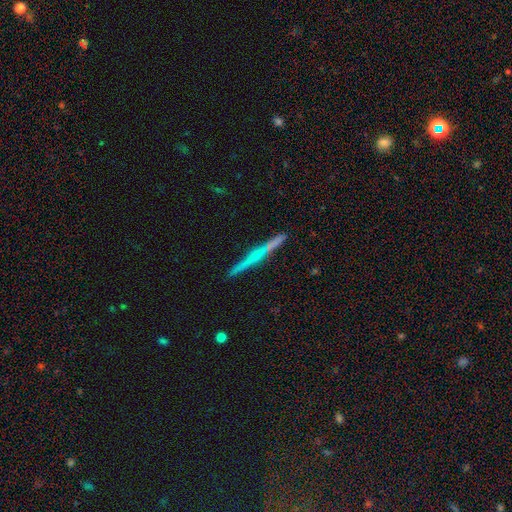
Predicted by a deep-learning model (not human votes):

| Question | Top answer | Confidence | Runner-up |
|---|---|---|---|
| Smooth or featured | featured or disk | 57% | smooth (37%) |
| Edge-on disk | yes | 97% | no (3%) |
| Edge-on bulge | none | 63% | rounded (28%) |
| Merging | none | 83% | minor disturbance (10%) |